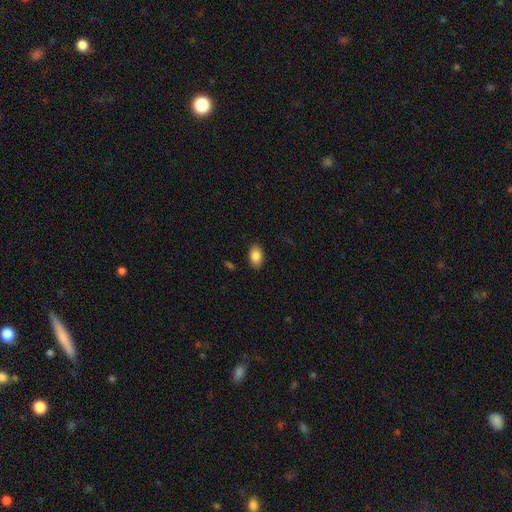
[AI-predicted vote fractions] Smooth or featured? Predicted: smooth (p=0.86). How rounded? Predicted: in between (p=0.91). Merging? Predicted: none (p=0.87).